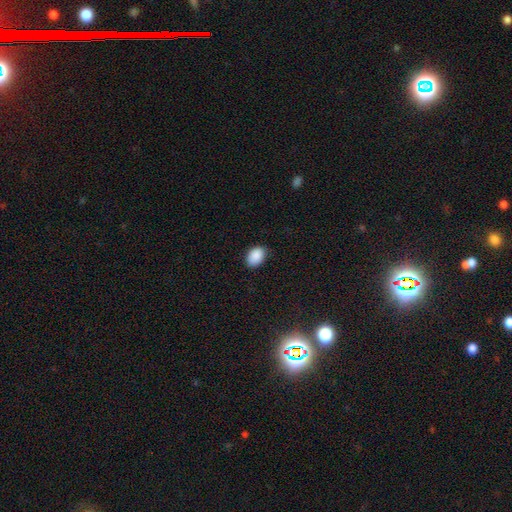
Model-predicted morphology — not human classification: This is clearly a smooth galaxy (90%). How rounded: clearly in between (84%). Merging: clearly none (83%).